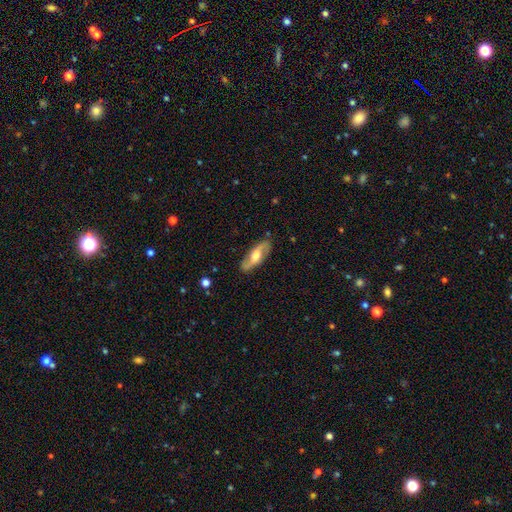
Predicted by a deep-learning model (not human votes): Smooth or featured? Predicted: featured or disk (p=0.64). Edge-on disk? Predicted: no (p=0.79). Bar? Predicted: no (p=0.45). Spiral arms? Predicted: yes (p=0.83). Bulge size? Predicted: moderate (p=0.56). Merging? Predicted: none (p=0.84).